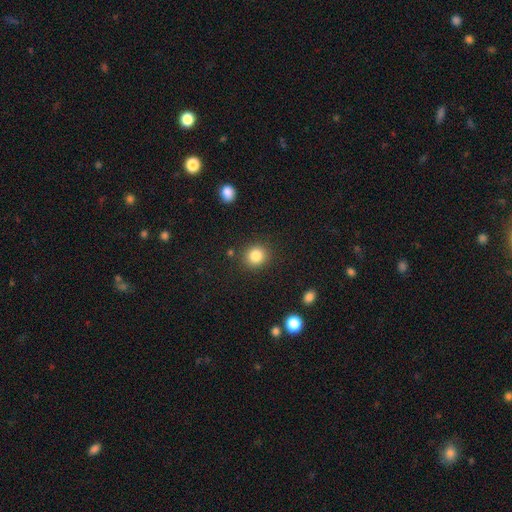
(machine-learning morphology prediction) smooth-or-featured: smooth: 84% | star or artifact: 10% | featured or disk: 5%
  how-rounded: round: 85% | in between: 14% | cigar-shaped: 1%
  merging: none: 88% | minor disturbance: 7% | major disturbance: 3% | merger: 2%